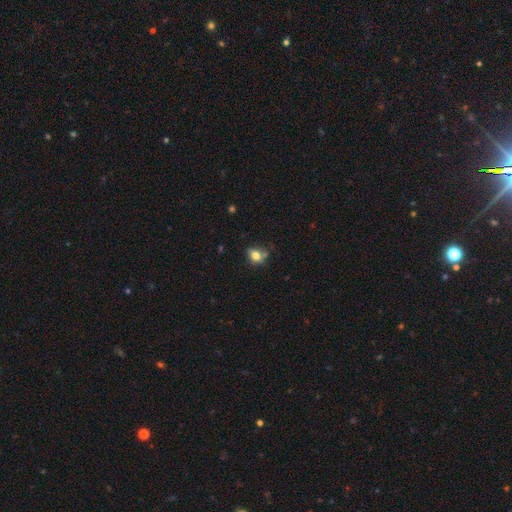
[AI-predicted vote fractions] Smooth or featured: smooth — 73% (featured or disk — 15%)
How rounded: in between — 56% (round — 42%)
Merging: none — 52% (minor disturbance — 28%)